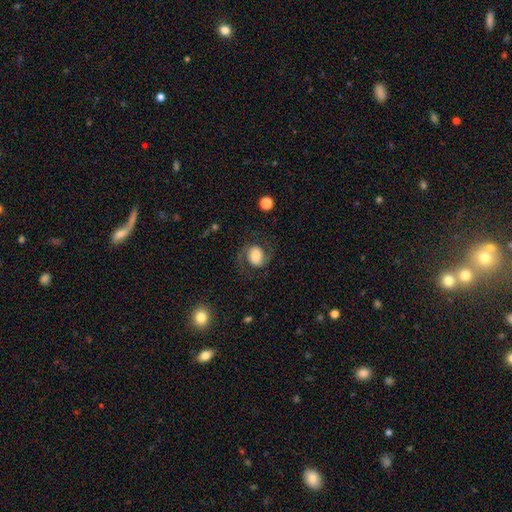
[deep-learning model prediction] This appears to be a featured or disk galaxy (61%) with no bar (53%), 2 (91%) medium (51%) spiral arms (91%) and a moderate central bulge (48%). Merging: none (73%).